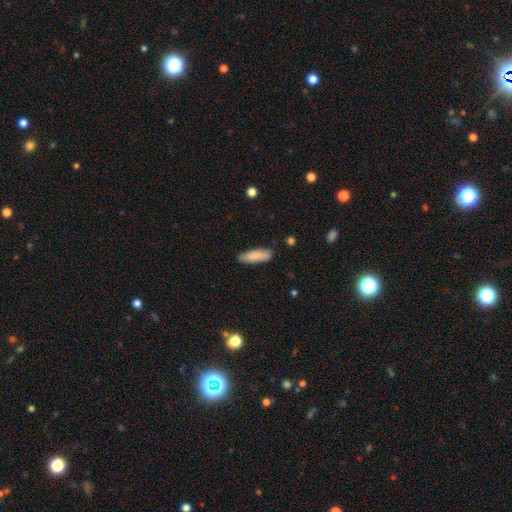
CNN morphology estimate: This appears to be a smooth galaxy with no disk features (83%) that is in between round and cigar-shaped (52%). Merging: none (79%).